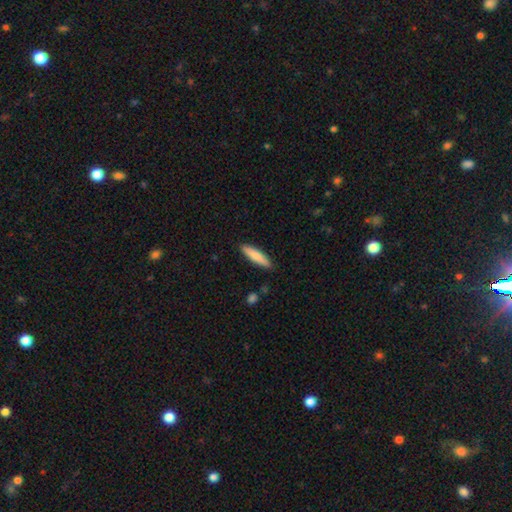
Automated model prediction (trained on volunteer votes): Smooth or featured? Predicted: smooth (p=0.78). How rounded? Predicted: cigar-shaped (p=0.76). Merging? Predicted: none (p=0.89).